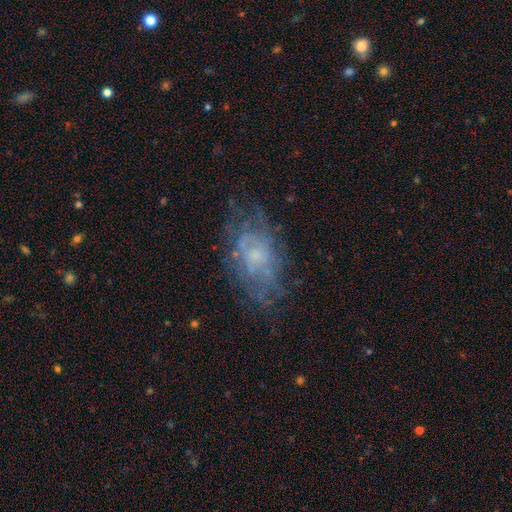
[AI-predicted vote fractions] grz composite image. It shows a featured or disk galaxy (61%) with no bar (80%), no spiral arms (55%) and a small central bulge (48%). Merging: none (62%).